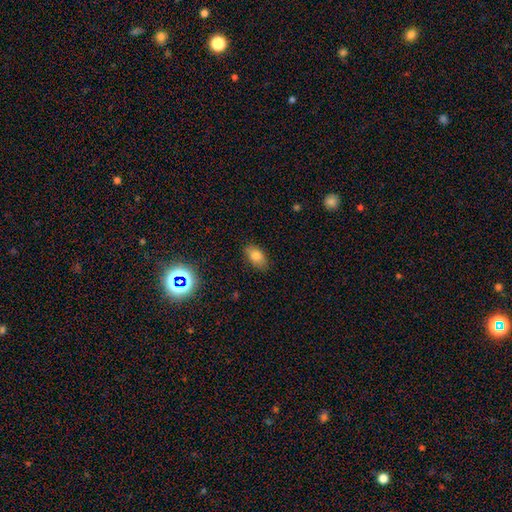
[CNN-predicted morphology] This appears to be a smooth galaxy with no disk features (80%) that is in between round and cigar-shaped (90%). Merging: none (81%).